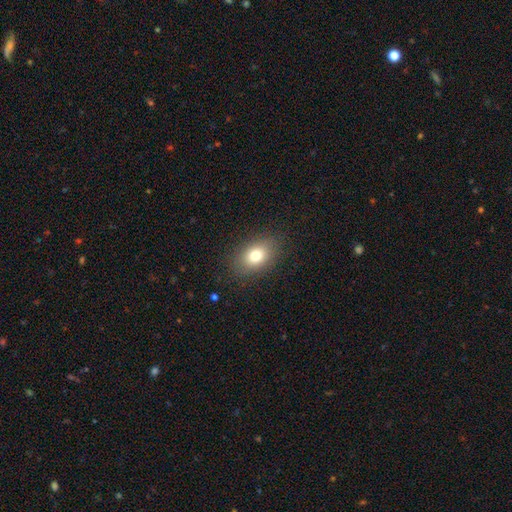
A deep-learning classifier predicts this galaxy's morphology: smooth 77%, featured or disk 12%, star or artifact 10%. Down the decision tree: how rounded — in between (79%); merging — none (85%).